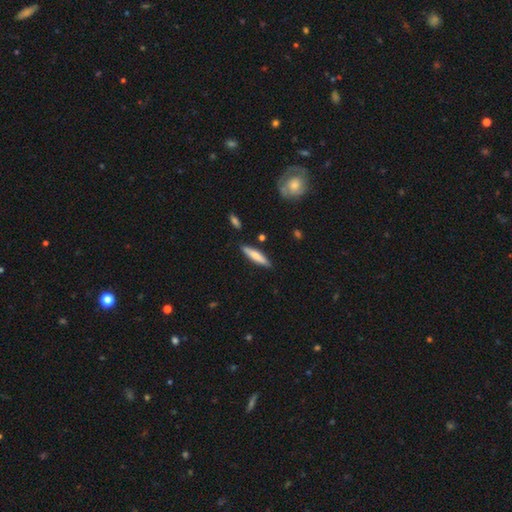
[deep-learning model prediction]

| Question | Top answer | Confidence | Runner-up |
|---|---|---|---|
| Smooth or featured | smooth | 70% | featured or disk (25%) |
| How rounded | cigar-shaped | 81% | in between (18%) |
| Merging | none | 86% | minor disturbance (10%) |